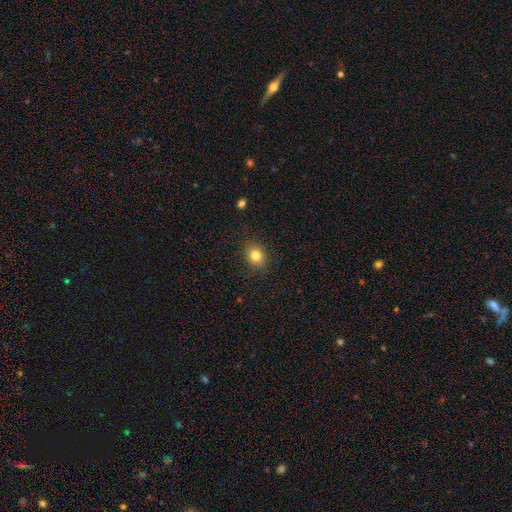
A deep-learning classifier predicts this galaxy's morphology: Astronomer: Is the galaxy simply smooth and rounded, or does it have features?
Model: smooth — 81%.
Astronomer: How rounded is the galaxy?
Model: round — 56% (runner-up: in between, 43%).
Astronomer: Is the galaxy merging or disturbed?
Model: none — 87%.